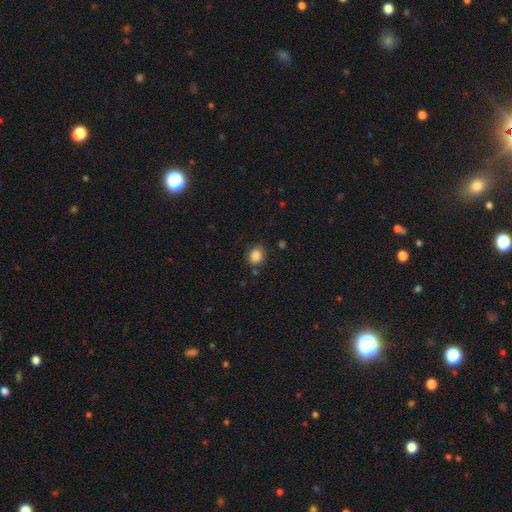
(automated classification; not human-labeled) A smooth galaxy with no disk features (86%) that is round (63%).

Vote fractions:
- Smooth or featured? smooth: 86% / star or artifact: 10% / featured or disk: 4%
- How rounded? round: 63% / in between: 36% / cigar-shaped: 1%
- Merging? none: 77% / minor disturbance: 16% / major disturbance: 4% / merger: 3%